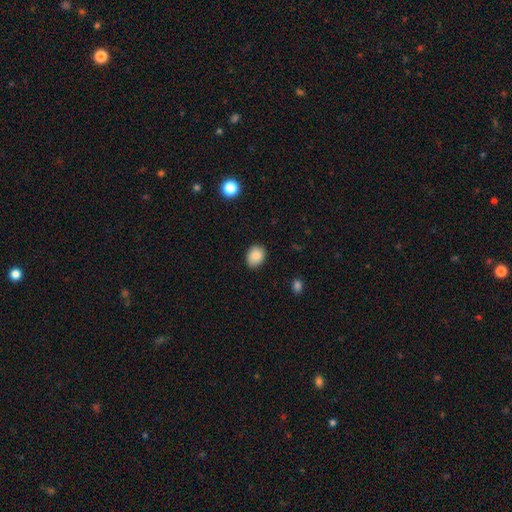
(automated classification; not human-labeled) Smooth or featured: smooth — 87% (star or artifact — 8%)
How rounded: in between — 62% (round — 37%)
Merging: none — 84% (minor disturbance — 12%)